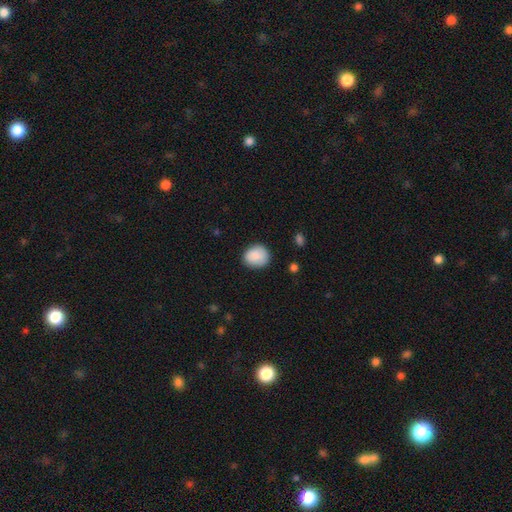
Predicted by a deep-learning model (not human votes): smooth_or_featured: smooth (p=0.88) [alt: star or artifact p=0.07]
how_rounded: round (p=0.69) [alt: in between p=0.30]
merging: none (p=0.81) [alt: minor disturbance p=0.15]